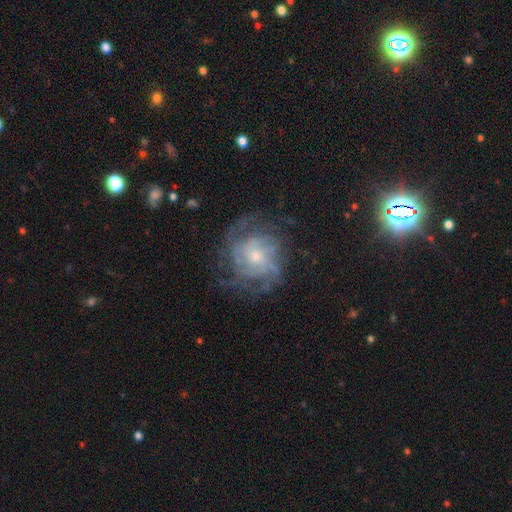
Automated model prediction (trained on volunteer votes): Smooth or featured? featured or disk (81%)
Edge-on disk? no (97%)
Bar? no (74%)
Spiral arms? yes (91%)
Spiral winding? tight (54%)
Spiral arm count? can't tell (39%)
Bulge size? small (46%, tied with moderate)
Merging? none (69%)